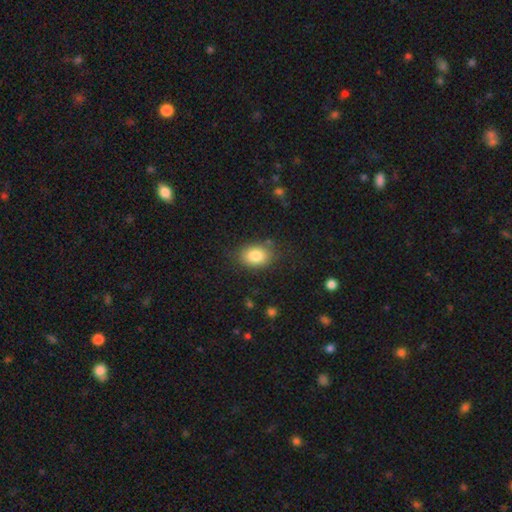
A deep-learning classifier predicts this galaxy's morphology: Smooth or featured: smooth — 84% (star or artifact — 8%)
How rounded: in between — 77% (round — 22%)
Merging: none — 80% (minor disturbance — 14%)